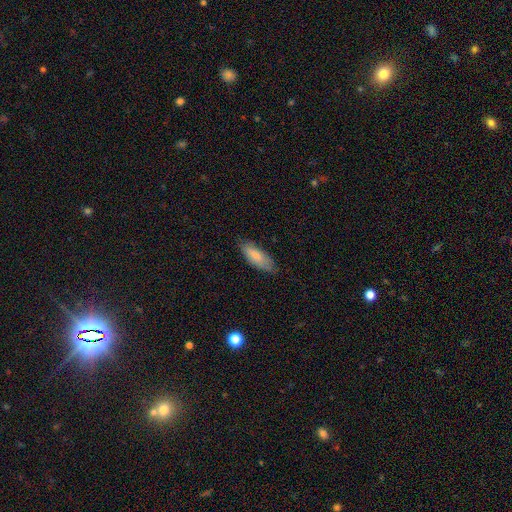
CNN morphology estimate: Smooth or featured?
  - smooth: 80% *
  - featured or disk: 14%
  - star or artifact: 6%
How rounded?
  - in between: 68% *
  - cigar-shaped: 31%
  - round: 2%
Merging?
  - none: 74% *
  - minor disturbance: 21%
  - major disturbance: 4%
  - merger: 1%